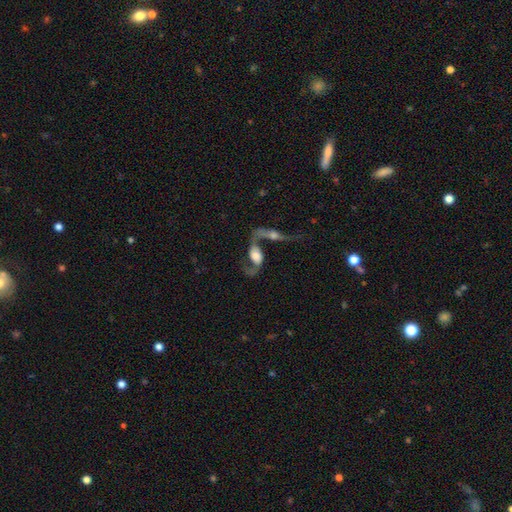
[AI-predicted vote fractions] featured or disk 74%, smooth 18%, star or artifact 7%. Down the decision tree: edge-on disk — no (89%); bar — no (53%); spiral arms — yes (89%); spiral arm count — 2 (87%); spiral winding — loose (79%); bulge size — large (44%); merging — merger (54%).